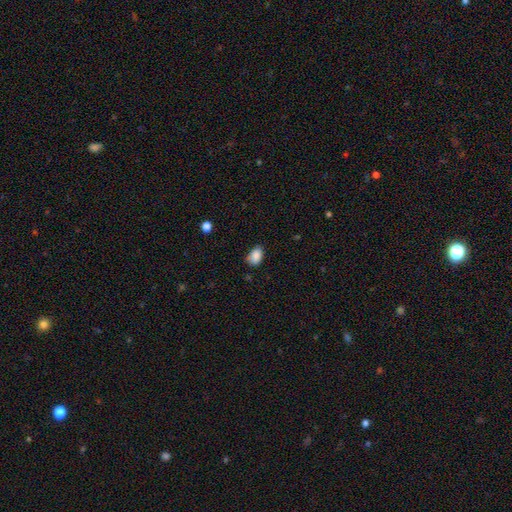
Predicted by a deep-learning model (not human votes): Q: Smooth or featured?
A: smooth (88%); runner-up: star or artifact (8%)
Q: How rounded?
A: in between (84%); runner-up: round (15%)
Q: Merging?
A: none (70%); runner-up: minor disturbance (24%)